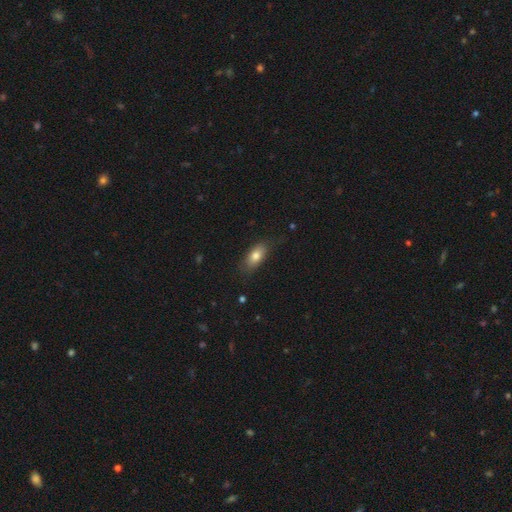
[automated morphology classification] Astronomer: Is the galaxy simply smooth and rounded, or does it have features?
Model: smooth — 80%.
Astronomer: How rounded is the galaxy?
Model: in between — 86%.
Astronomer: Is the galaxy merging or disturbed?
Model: none — 79%.